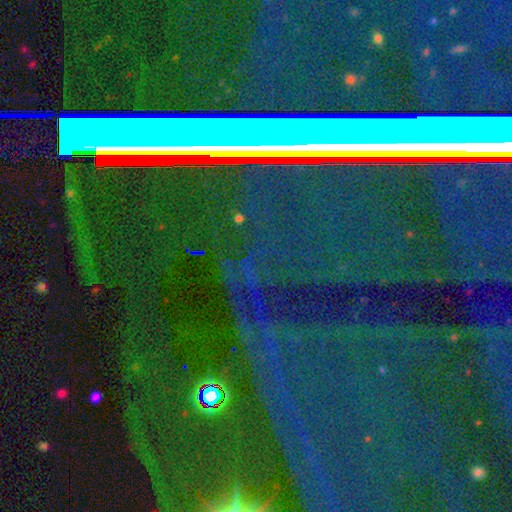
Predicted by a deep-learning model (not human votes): Morphology: type=star or artifact (80%).